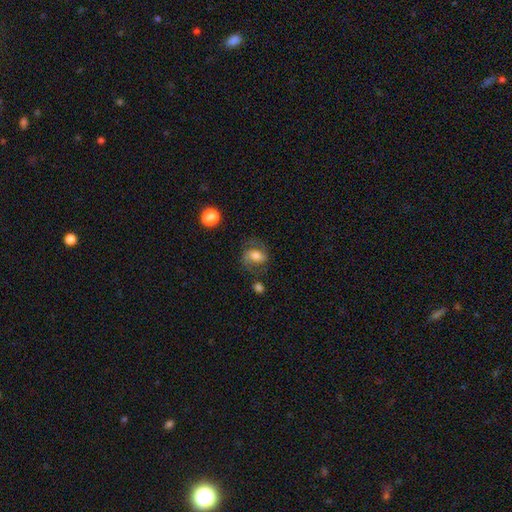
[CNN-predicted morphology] featured or disk 48%, smooth 41%, star or artifact 10%. Down the decision tree: merging — none (58%).